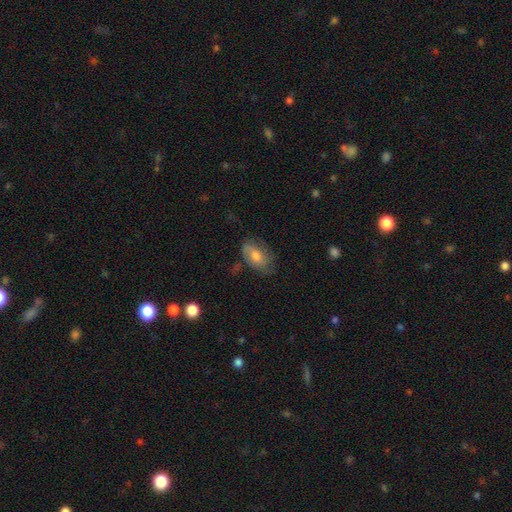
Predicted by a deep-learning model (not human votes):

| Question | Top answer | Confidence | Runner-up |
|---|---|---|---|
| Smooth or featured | smooth | 60% | featured or disk (31%) |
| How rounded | in between | 90% | round (8%) |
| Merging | none | 65% | minor disturbance (24%) |